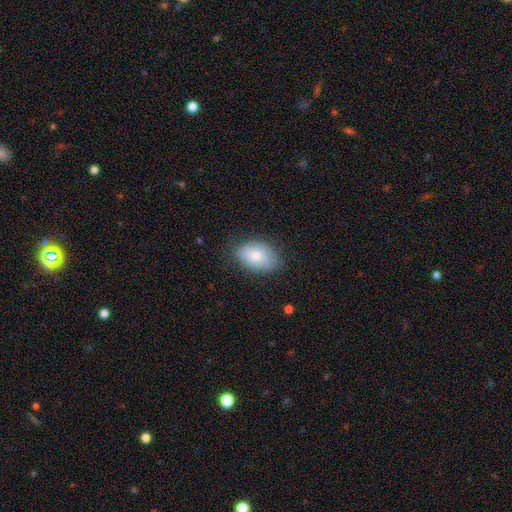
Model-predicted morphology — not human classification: A smooth galaxy with no disk features (77%) that is in between round and cigar-shaped (87%). Merging: none (76%).